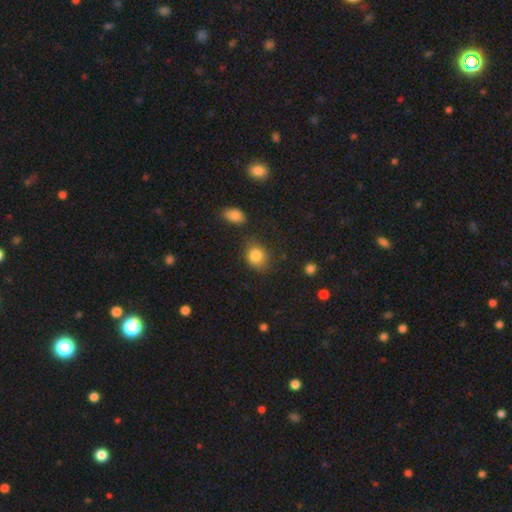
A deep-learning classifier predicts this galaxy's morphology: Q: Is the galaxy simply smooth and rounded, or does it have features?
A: smooth — 84%.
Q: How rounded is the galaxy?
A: round — 62%.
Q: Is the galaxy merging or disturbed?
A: none — 75%.